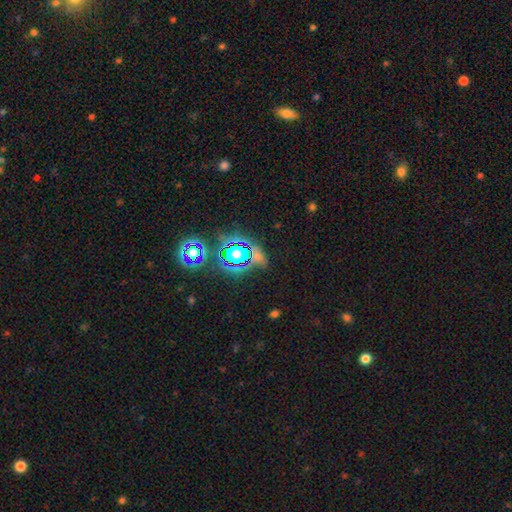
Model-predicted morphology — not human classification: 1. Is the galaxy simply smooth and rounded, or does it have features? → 73% star or artifact, 17% smooth, 10% featured or disk.